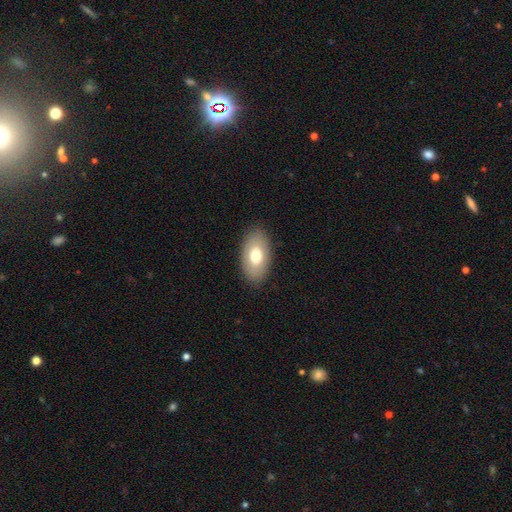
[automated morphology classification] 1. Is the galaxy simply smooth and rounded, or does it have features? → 70% smooth, 24% featured or disk, 7% star or artifact.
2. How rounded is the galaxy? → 93% in between, 5% round, 2% cigar-shaped.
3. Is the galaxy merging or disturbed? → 87% none, 10% minor disturbance, 3% major disturbance, 1% merger.